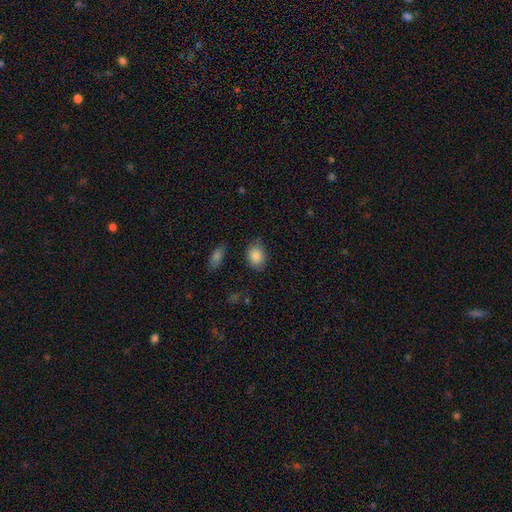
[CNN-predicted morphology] Smooth or featured? Predicted: smooth (p=0.86). How rounded? Predicted: in between (p=0.71). Merging? Predicted: none (p=0.76).